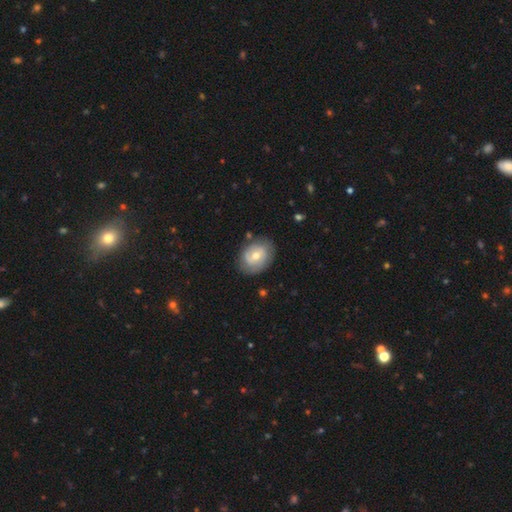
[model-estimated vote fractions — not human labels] Smooth or featured: featured or disk — 54% (smooth — 39%)
Edge-on disk: no — 96% (yes — 4%)
Bar: no — 59% (weak — 34%)
Spiral arms: yes — 66% (no — 34%)
Bulge size: moderate — 67% (small — 28%)
Merging: none — 76% (minor disturbance — 18%)